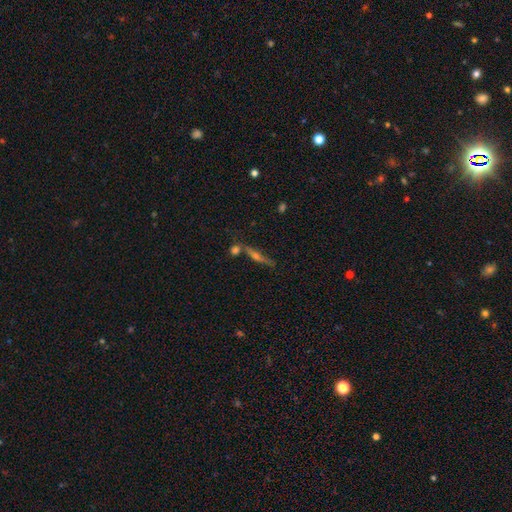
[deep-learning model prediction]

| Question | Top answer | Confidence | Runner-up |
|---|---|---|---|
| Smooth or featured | featured or disk | 70% | smooth (19%) |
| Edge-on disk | yes | 94% | no (6%) |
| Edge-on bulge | rounded | 89% | none (6%) |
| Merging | none | 72% | merger (13%) |